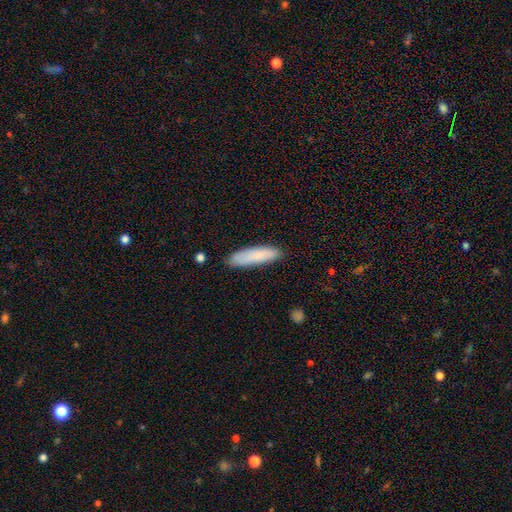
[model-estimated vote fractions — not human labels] Smooth or featured?
  - smooth: 82% *
  - featured or disk: 12%
  - star or artifact: 6%
How rounded?
  - cigar-shaped: 75% *
  - in between: 24%
  - round: 1%
Merging?
  - none: 86% *
  - minor disturbance: 11%
  - major disturbance: 2%
  - merger: 1%